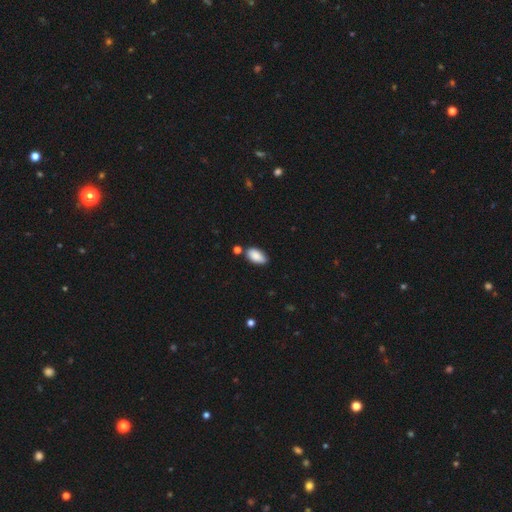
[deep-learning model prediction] smooth_or_featured: smooth (p=0.88) [alt: star or artifact p=0.07]
how_rounded: in between (p=0.94) [alt: cigar-shaped p=0.03]
merging: none (p=0.72) [alt: minor disturbance p=0.18]